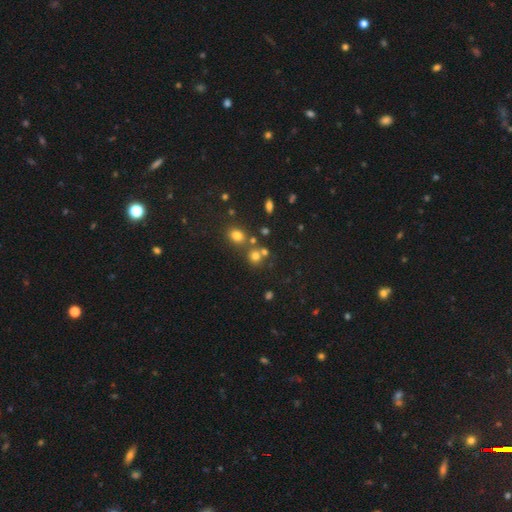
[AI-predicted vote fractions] Morphology: type=smooth (69%); roundness=round (81%); merging=none (60%).